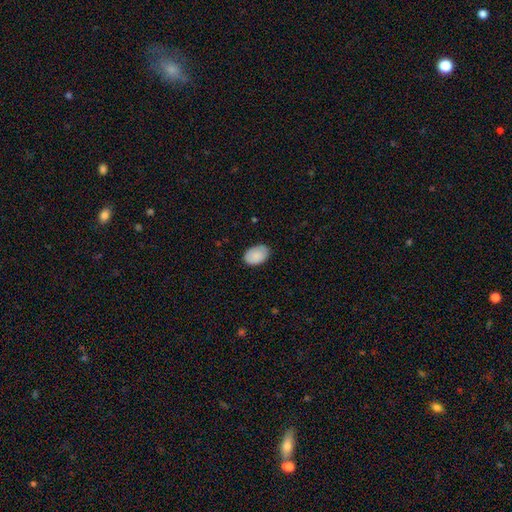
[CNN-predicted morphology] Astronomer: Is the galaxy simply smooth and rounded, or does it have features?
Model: smooth — 85%.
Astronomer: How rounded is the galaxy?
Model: in between — 87%.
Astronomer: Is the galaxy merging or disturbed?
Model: none — 78%.